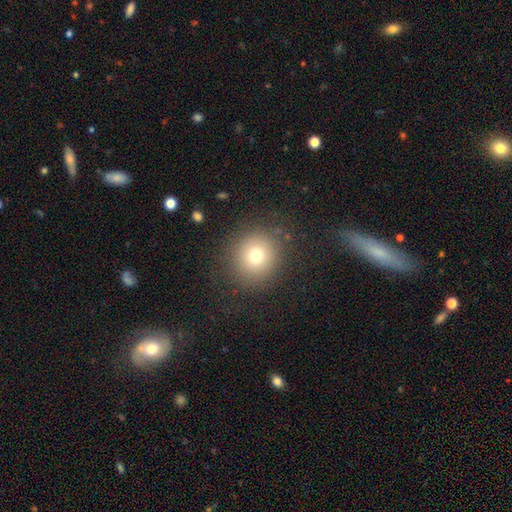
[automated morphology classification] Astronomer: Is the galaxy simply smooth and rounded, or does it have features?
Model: smooth — 74%.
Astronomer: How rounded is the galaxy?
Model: round — 89%.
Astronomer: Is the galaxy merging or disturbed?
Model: none — 86%.